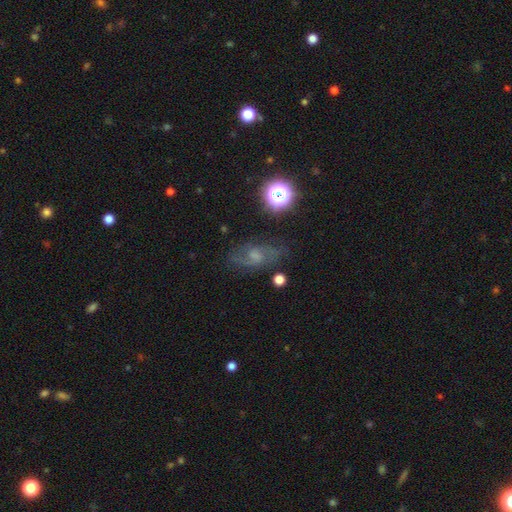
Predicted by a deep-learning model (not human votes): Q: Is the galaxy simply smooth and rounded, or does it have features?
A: featured or disk — 53%.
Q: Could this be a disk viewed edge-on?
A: no — 92%.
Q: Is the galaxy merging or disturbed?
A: none — 69%.